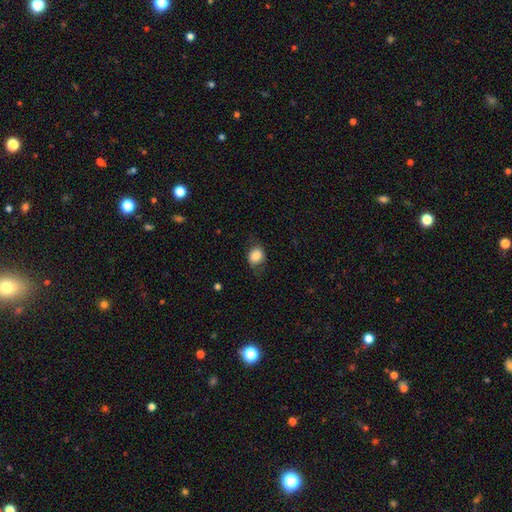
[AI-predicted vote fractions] smooth_or_featured: smooth (p=0.79) [alt: featured or disk p=0.12]
how_rounded: round (p=0.56) [alt: in between p=0.43]
merging: none (p=0.65) [alt: minor disturbance p=0.23]